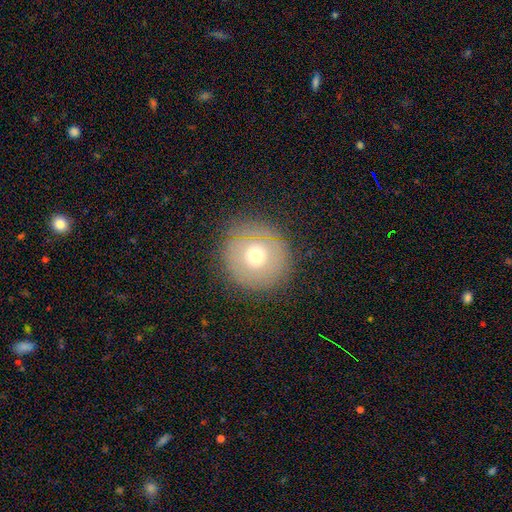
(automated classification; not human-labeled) Overall: smooth (61%; featured or disk 27%). How rounded: round (92%). Merging: none (82%).